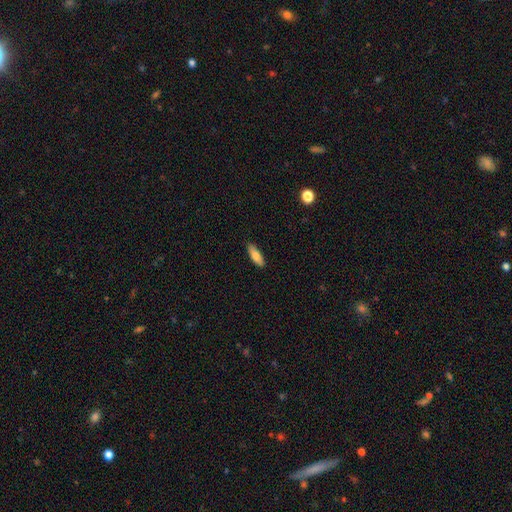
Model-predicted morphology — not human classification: smooth-or-featured: smooth: 76% | featured or disk: 18% | star or artifact: 6%
  how-rounded: in between: 59% | cigar-shaped: 39% | round: 2%
  merging: none: 88% | minor disturbance: 9% | major disturbance: 2% | merger: 1%